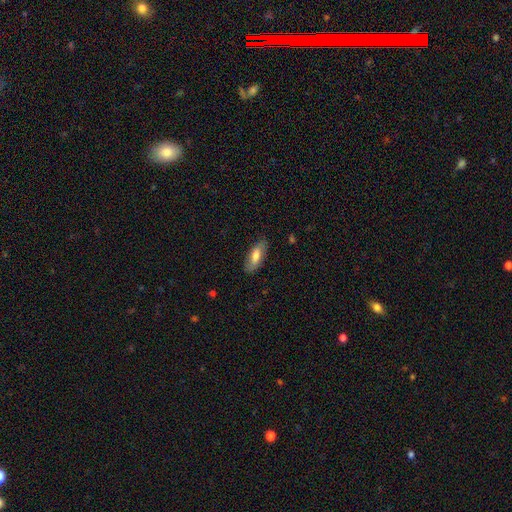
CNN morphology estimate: This is likely a smooth galaxy (65%). How rounded: likely in between (77%). Merging: clearly none (81%).